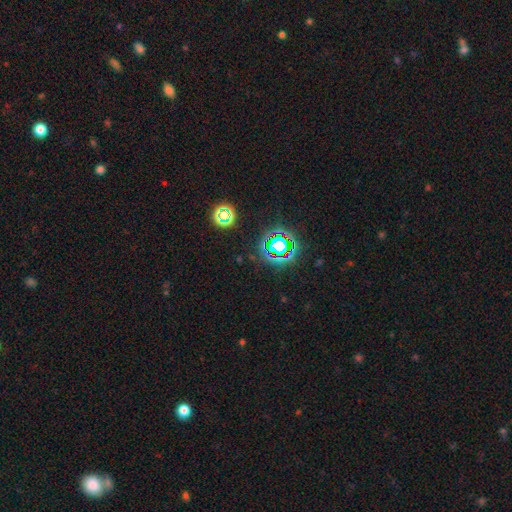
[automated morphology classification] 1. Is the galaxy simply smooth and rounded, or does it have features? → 79% star or artifact, 14% smooth, 8% featured or disk.